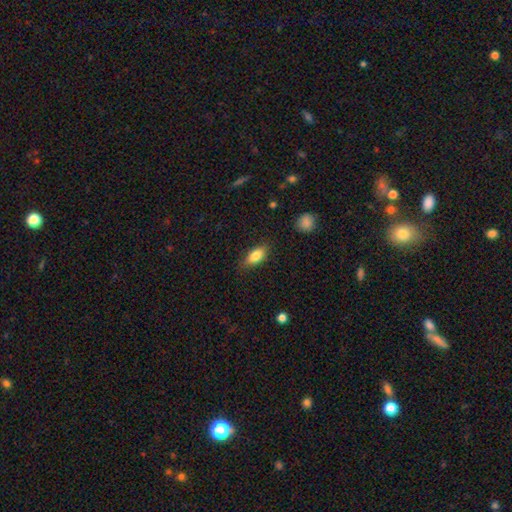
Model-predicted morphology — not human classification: Smooth or featured? Predicted: smooth (p=0.81). How rounded? Predicted: in between (p=0.84). Merging? Predicted: none (p=0.83).